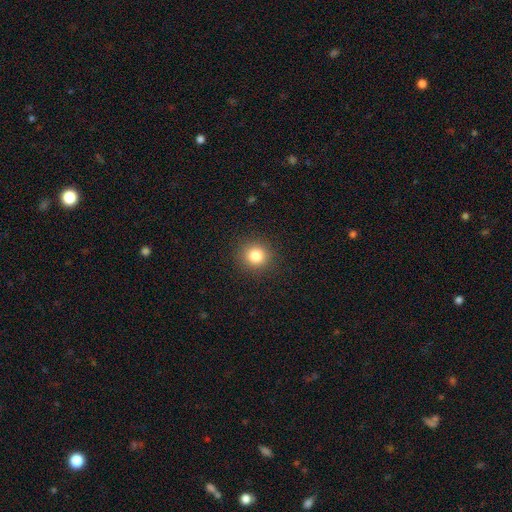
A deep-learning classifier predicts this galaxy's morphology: smooth 82%, star or artifact 12%, featured or disk 6%. Down the decision tree: how rounded — round (91%); merging — none (90%).